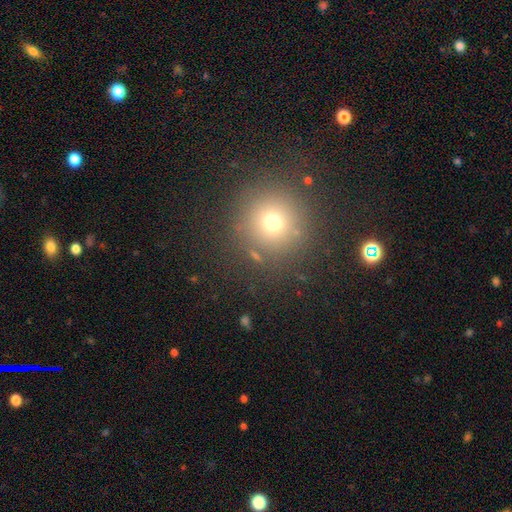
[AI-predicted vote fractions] A smooth galaxy with no disk features (68%) that is round (95%). Merging: none (85%).